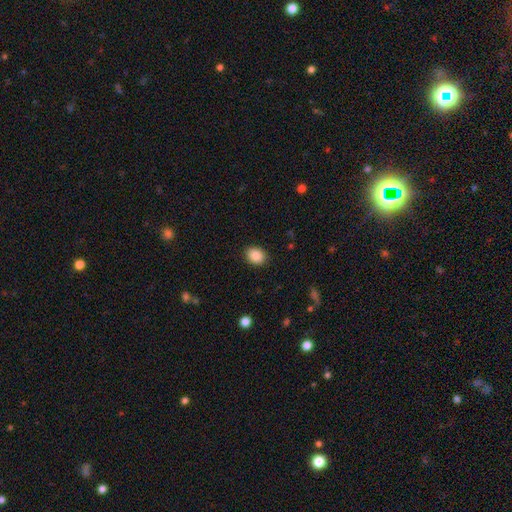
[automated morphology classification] smooth 88%, star or artifact 8%, featured or disk 4%. Down the decision tree: how rounded — in between (50%); merging — none (89%).